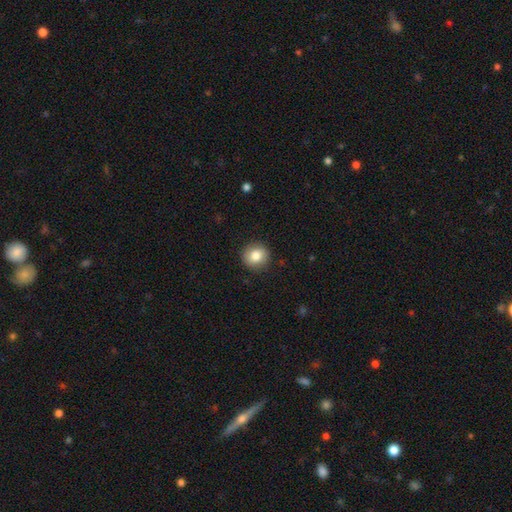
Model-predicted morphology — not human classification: A smooth galaxy with no disk features (84%) that is round (92%). Merging: none (90%).